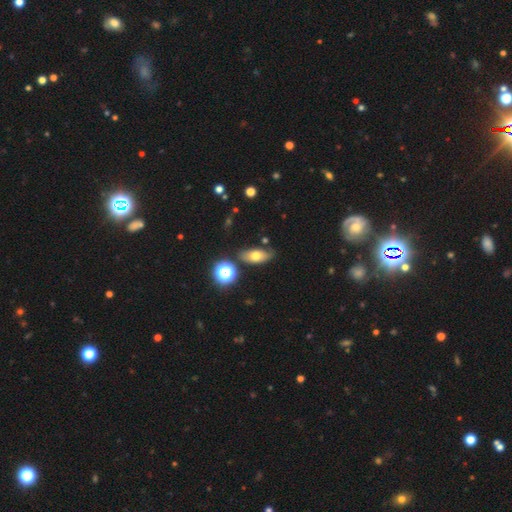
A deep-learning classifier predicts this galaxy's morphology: This appears to be a smooth galaxy with no disk features (66%) that is in between round and cigar-shaped (82%). Merging: none (73%).